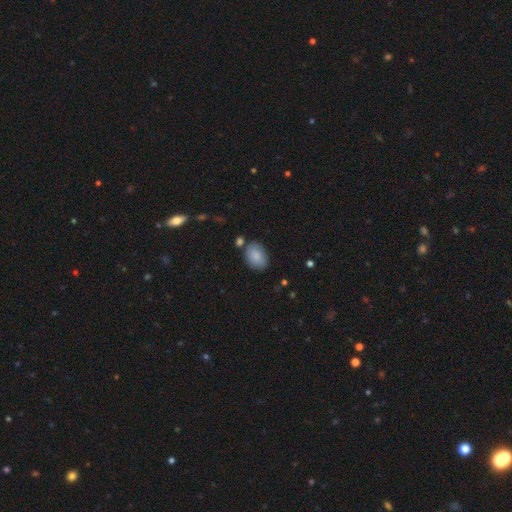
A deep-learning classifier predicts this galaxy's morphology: Smooth or featured?
  - smooth: 87% *
  - star or artifact: 7%
  - featured or disk: 6%
How rounded?
  - in between: 83% *
  - round: 16%
  - cigar-shaped: 1%
Merging?
  - none: 74% *
  - minor disturbance: 15%
  - merger: 6%
  - major disturbance: 4%